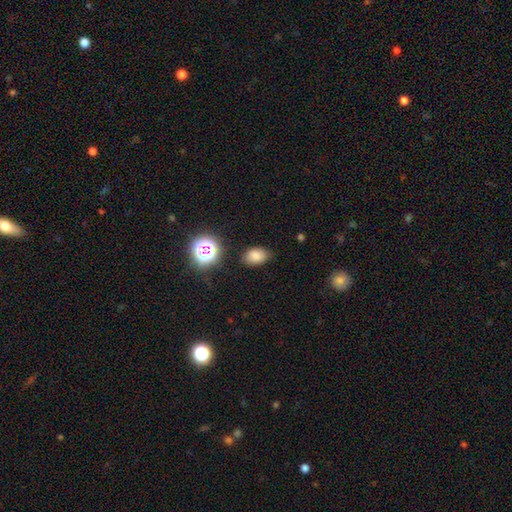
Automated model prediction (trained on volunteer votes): smooth 79%, star or artifact 14%, featured or disk 7%. Down the decision tree: how rounded — in between (84%); merging — none (81%).